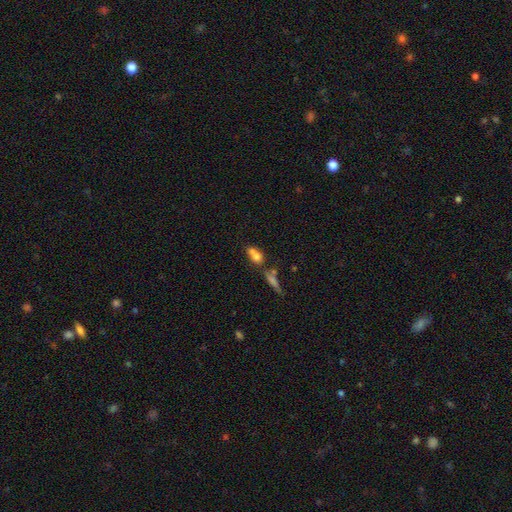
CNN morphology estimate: smooth_or_featured: smooth (p=0.69) [alt: featured or disk p=0.20]
how_rounded: in between (p=0.66) [alt: round p=0.19]
merging: merger (p=0.50) [alt: none p=0.30]